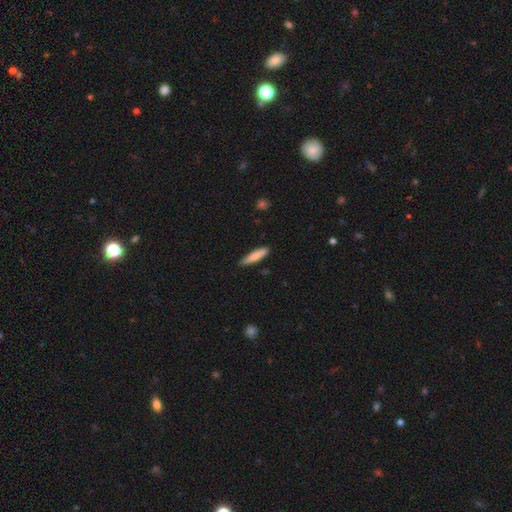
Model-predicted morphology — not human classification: The model was most divided on "merging": none: 80%, minor disturbance: 16%, major disturbance: 2%, merger: 2%. More confident: how rounded — cigar-shaped (82%); smooth or featured — smooth (82%).